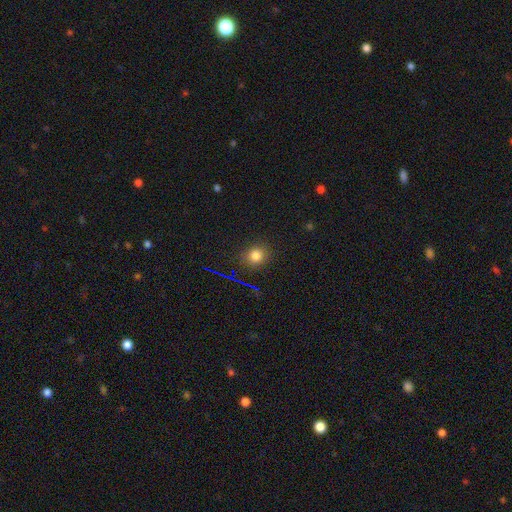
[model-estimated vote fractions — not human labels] Smooth or featured: smooth — 77% (star or artifact — 17%)
How rounded: round — 75% (in between — 24%)
Merging: none — 86% (minor disturbance — 9%)